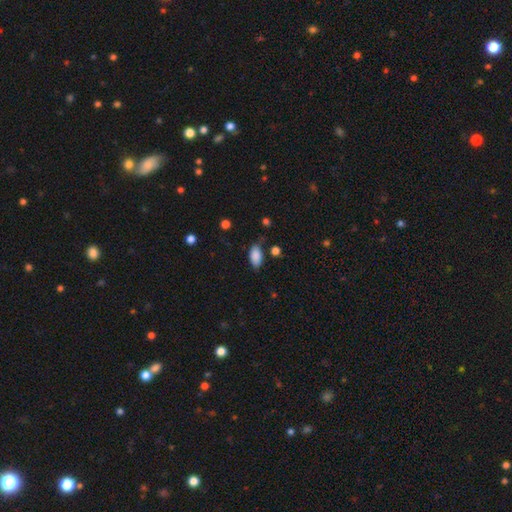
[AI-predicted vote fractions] This is clearly a smooth galaxy (87%). How rounded: clearly in between (93%). Merging: likely none (69%).